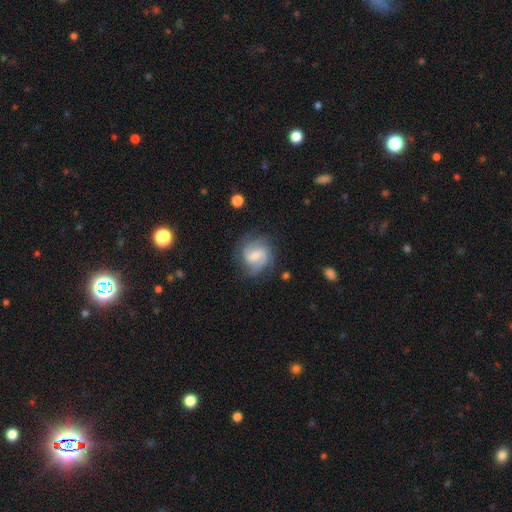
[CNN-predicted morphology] Smooth or featured? featured or disk (76%)
Edge-on disk? no (98%)
Bar? weak (57%)
Spiral arms? yes (94%)
Spiral winding? medium (48%)
Spiral arm count? 2 (65%)
Bulge size? moderate (48%)
Merging? none (73%)